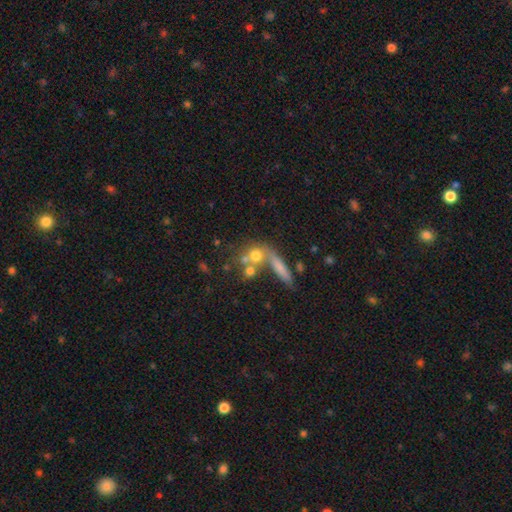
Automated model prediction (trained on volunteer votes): Q: Smooth or featured?
A: smooth (45%); runner-up: featured or disk (33%)
Q: Merging?
A: merger (47%); runner-up: none (35%)